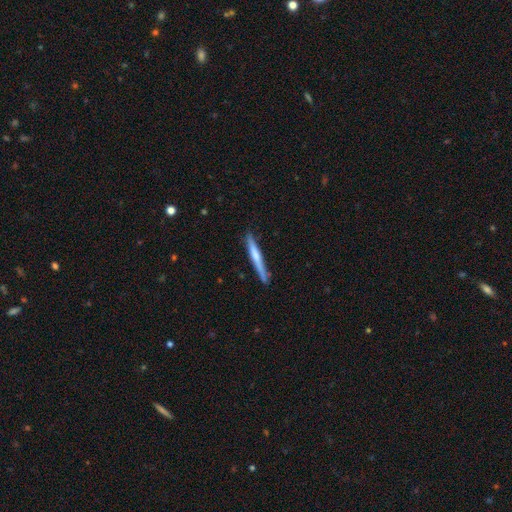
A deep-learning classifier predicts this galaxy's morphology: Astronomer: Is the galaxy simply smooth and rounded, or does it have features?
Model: smooth — 49% (runner-up: featured or disk, 46%).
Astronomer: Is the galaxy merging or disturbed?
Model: none — 84%.